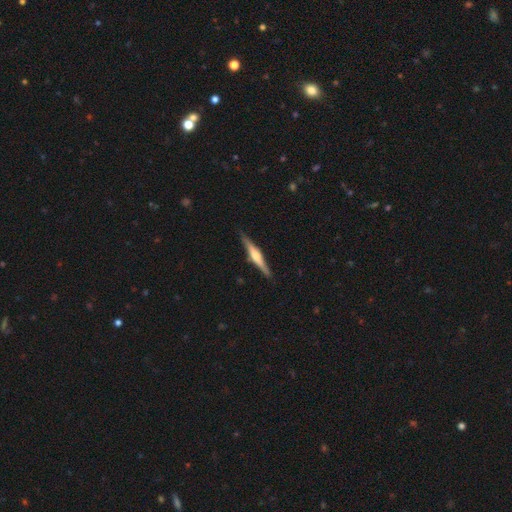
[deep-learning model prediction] Q: Smooth or featured?
A: featured or disk (71%); runner-up: smooth (24%)
Q: Edge-on disk?
A: yes (98%); runner-up: no (2%)
Q: Edge-on bulge?
A: rounded (86%); runner-up: boxy (9%)
Q: Merging?
A: none (90%); runner-up: minor disturbance (8%)